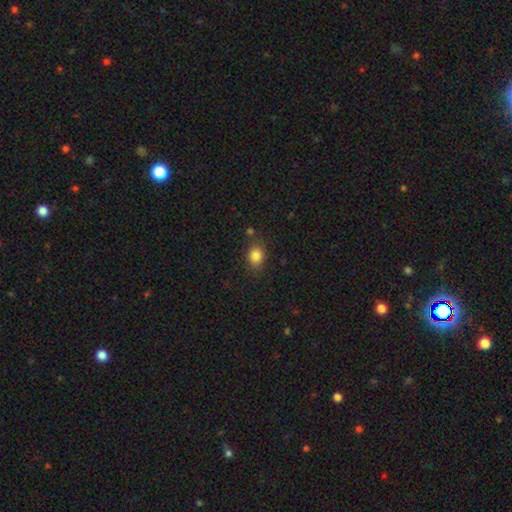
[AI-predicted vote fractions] smooth-or-featured: smooth: 85% | star or artifact: 10% | featured or disk: 5%
  how-rounded: in between: 53% | round: 46% | cigar-shaped: 1%
  merging: none: 81% | minor disturbance: 12% | merger: 4% | major disturbance: 4%